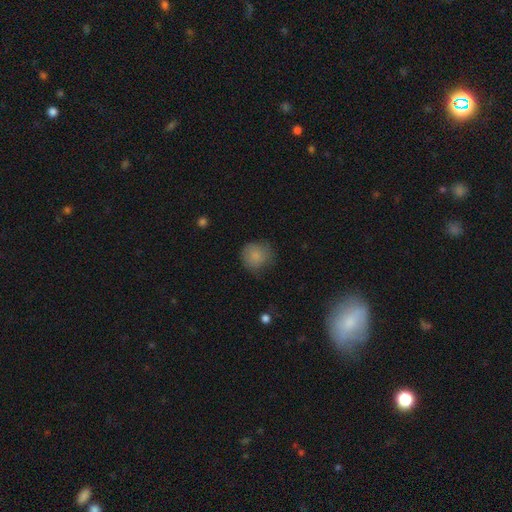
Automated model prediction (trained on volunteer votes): This is clearly a smooth galaxy (83%). How rounded: clearly round (87%). Merging: likely none (66%).